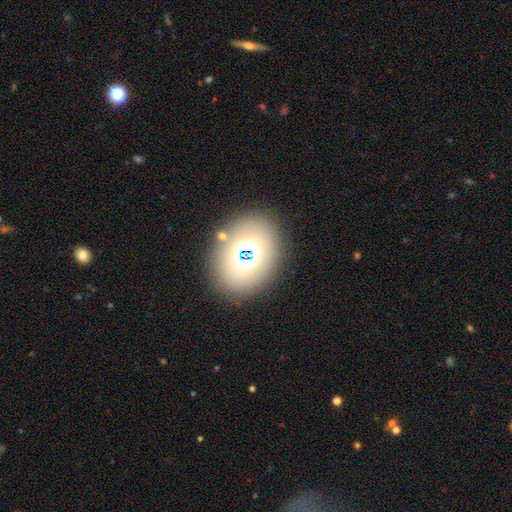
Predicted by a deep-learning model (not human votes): smooth 43%, featured or disk 34%, star or artifact 23%. Down the decision tree: merging — none (82%).